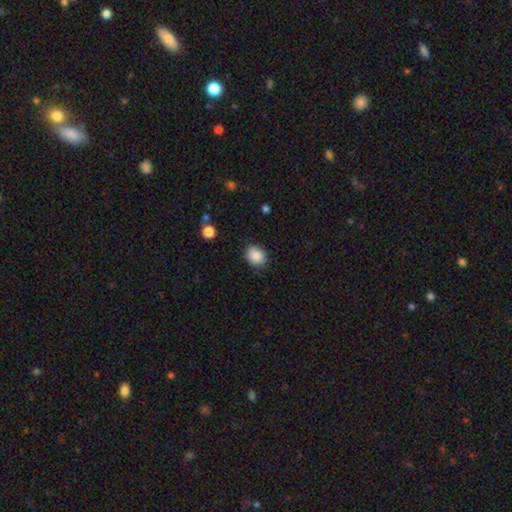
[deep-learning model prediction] smooth 88%, star or artifact 9%, featured or disk 4%. Down the decision tree: how rounded — round (57%); merging — none (83%).